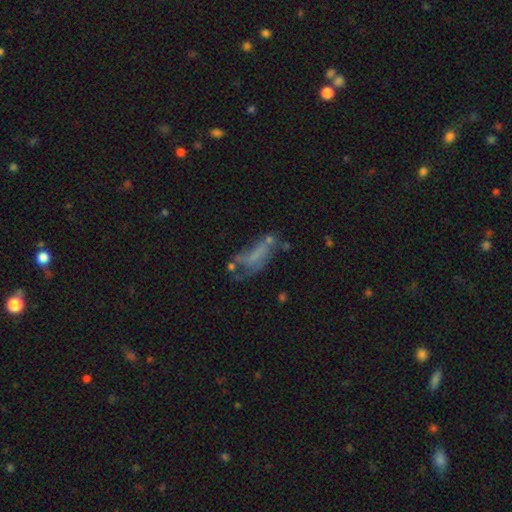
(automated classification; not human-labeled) Smooth or featured: featured or disk — 44% (smooth — 41%)
Merging: major disturbance — 35% (none — 29%)